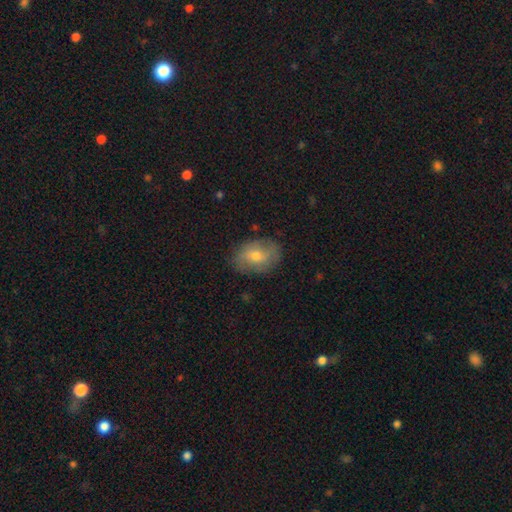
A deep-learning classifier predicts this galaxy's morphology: This is possibly a smooth galaxy (55%). How rounded: likely in between (77%). Merging: likely none (80%).